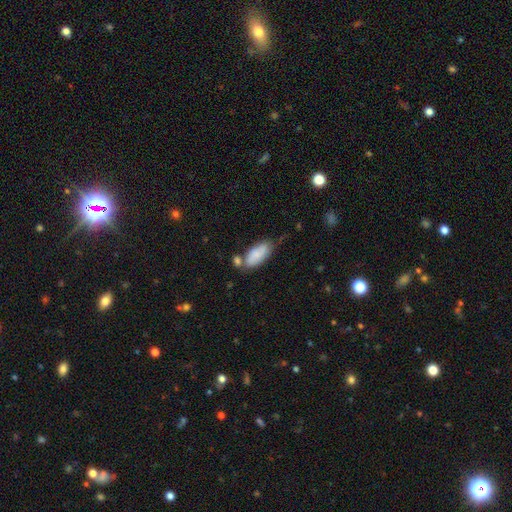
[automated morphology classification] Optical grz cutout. It shows a smooth galaxy with no disk features (80%) that is in between round and cigar-shaped (86%). Merging: none (50%).